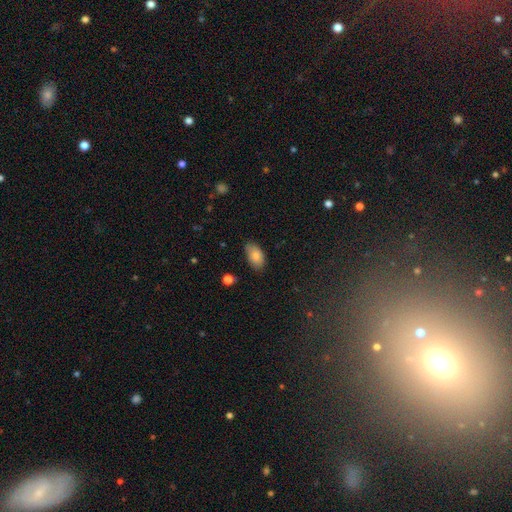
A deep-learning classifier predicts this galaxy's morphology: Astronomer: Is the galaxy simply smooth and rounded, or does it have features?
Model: smooth — 81%.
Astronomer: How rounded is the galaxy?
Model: in between — 93%.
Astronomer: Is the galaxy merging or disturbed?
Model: none — 70%.